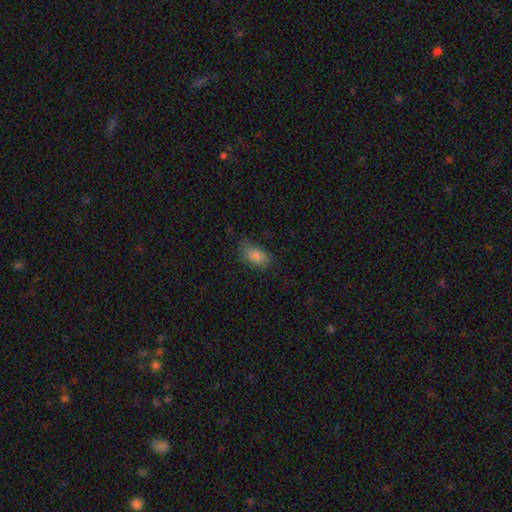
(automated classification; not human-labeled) This appears to be a smooth galaxy with no disk features (85%) that is in between round and cigar-shaped (90%). Merging: none (66%).